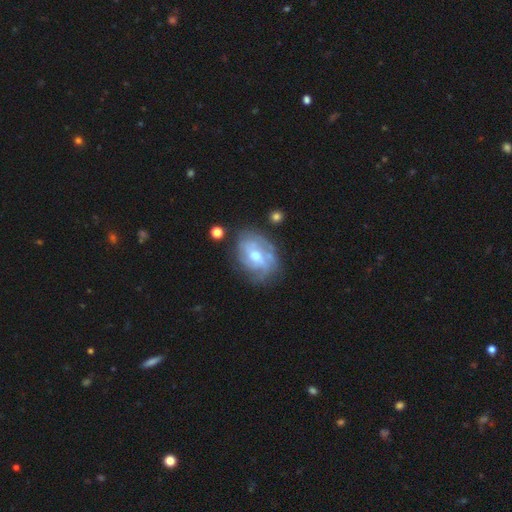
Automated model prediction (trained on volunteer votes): Smooth or featured? Predicted: featured or disk (p=0.73). Edge-on disk? Predicted: no (p=0.96). Bar? Predicted: no (p=0.54). Spiral arms? Predicted: yes (p=0.78). Spiral winding? Predicted: tight (p=0.50). Spiral arm count? Predicted: can't tell (p=0.46). Bulge size? Predicted: moderate (p=0.67). Merging? Predicted: none (p=0.61).